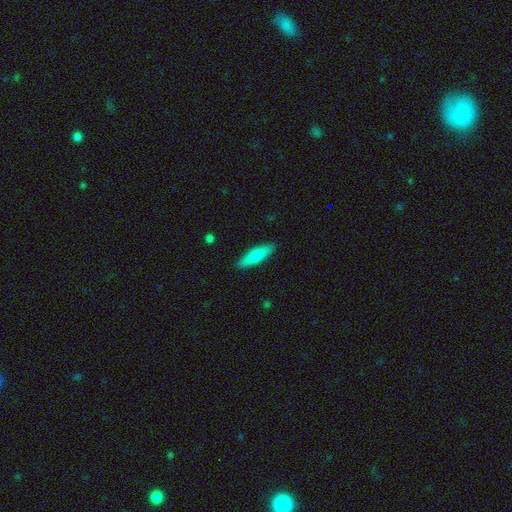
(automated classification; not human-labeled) Smooth or featured?
  - smooth: 76% *
  - featured or disk: 19%
  - star or artifact: 5%
How rounded?
  - cigar-shaped: 59% *
  - in between: 39%
  - round: 2%
Merging?
  - none: 88% *
  - minor disturbance: 9%
  - major disturbance: 2%
  - merger: 1%